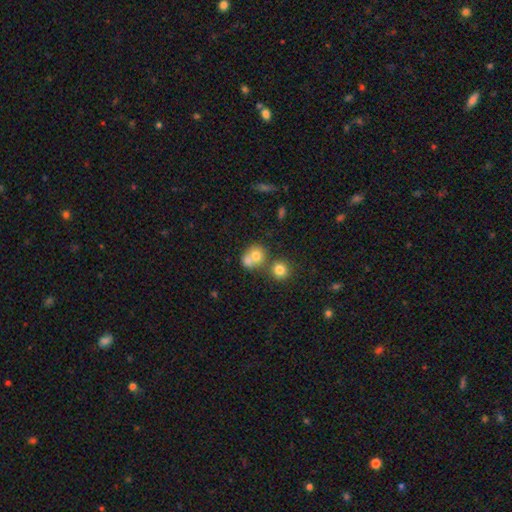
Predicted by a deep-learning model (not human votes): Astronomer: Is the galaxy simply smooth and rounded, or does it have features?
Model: smooth — 72%.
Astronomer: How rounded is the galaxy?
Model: round — 75%.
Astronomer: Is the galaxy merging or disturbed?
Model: merger — 51% (runner-up: none, 37%).